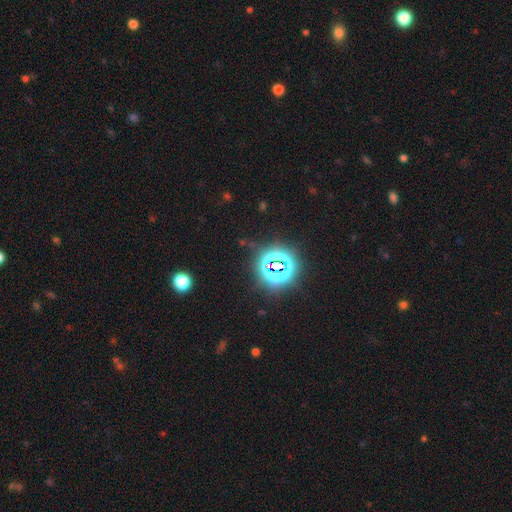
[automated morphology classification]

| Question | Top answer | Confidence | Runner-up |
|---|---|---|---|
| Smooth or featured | star or artifact | 82% | smooth (12%) |